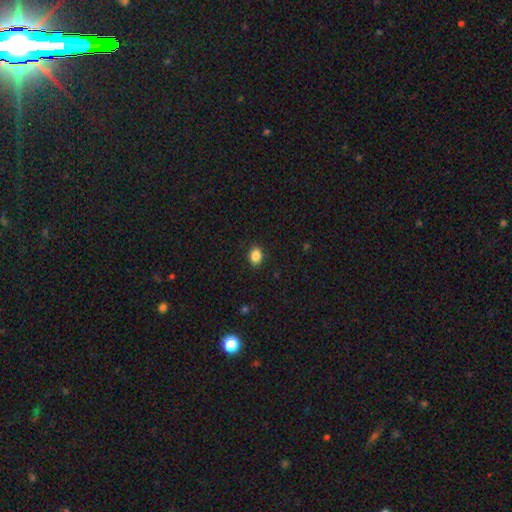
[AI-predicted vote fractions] A smooth galaxy with no disk features (87%) that is in between round and cigar-shaped (61%).

Vote fractions:
- Smooth or featured? smooth: 87% / star or artifact: 9% / featured or disk: 4%
- How rounded? in between: 61% / round: 38% / cigar-shaped: 1%
- Merging? none: 90% / minor disturbance: 7% / major disturbance: 2% / merger: 1%